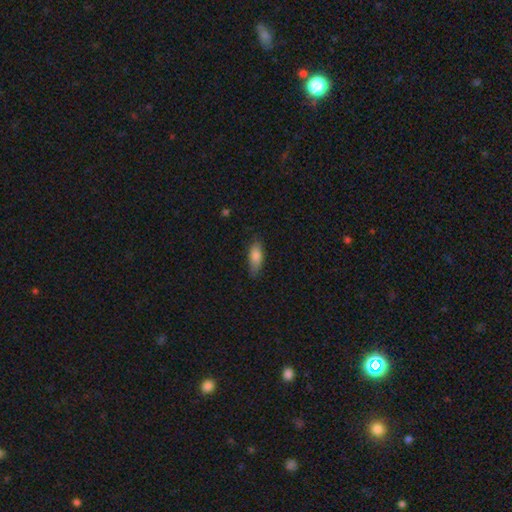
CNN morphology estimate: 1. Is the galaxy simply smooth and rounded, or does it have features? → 81% smooth, 13% featured or disk, 7% star or artifact.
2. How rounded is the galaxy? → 75% in between, 23% cigar-shaped, 2% round.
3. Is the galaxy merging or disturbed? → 77% none, 19% minor disturbance, 3% major disturbance, 1% merger.